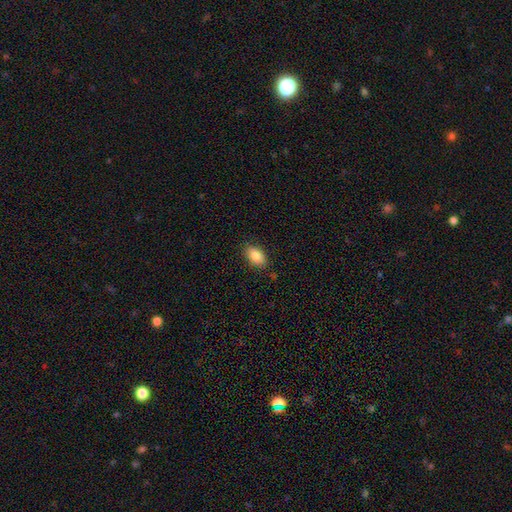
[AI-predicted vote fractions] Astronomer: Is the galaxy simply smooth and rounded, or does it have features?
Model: smooth — 86%.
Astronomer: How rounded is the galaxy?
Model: in between — 90%.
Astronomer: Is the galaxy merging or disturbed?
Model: none — 84%.